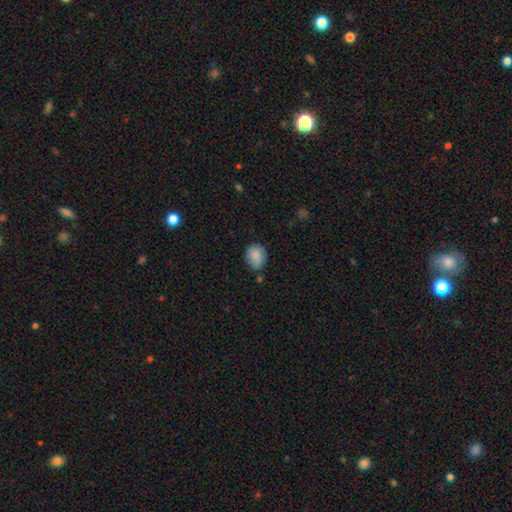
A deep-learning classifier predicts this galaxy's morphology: This appears to be a smooth galaxy with no disk features (86%) that is in between round and cigar-shaped (52%). Merging: none (69%).